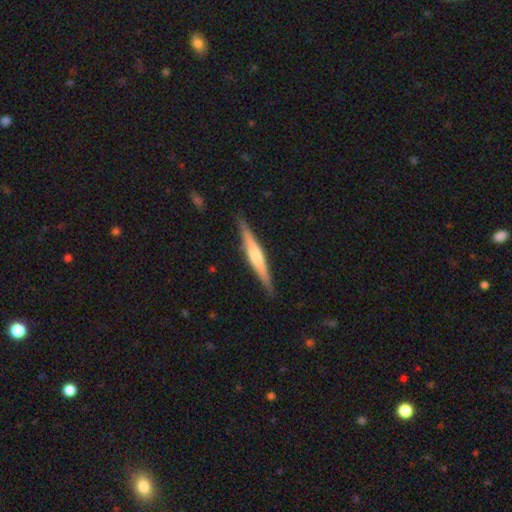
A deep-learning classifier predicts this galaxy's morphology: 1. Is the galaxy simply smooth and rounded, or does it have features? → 62% featured or disk, 33% smooth, 5% star or artifact.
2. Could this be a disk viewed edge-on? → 98% yes, 2% no.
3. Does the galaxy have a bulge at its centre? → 61% rounded, 21% boxy, 19% none.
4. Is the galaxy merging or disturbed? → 90% none, 8% minor disturbance, 1% major disturbance, 1% merger.